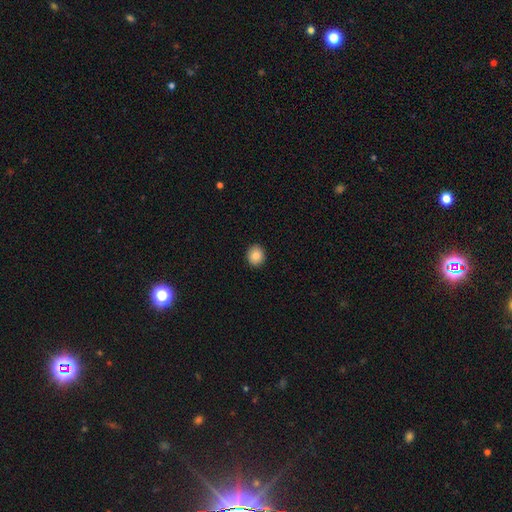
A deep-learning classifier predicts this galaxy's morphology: Smooth or featured? smooth (87%)
How rounded? round (76%)
Merging? none (92%)